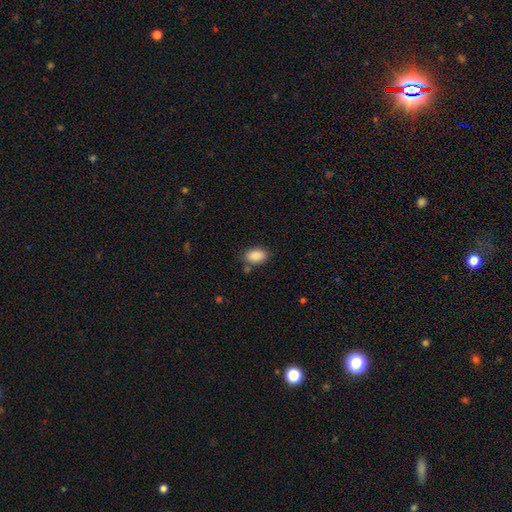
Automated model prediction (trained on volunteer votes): smooth 89%, star or artifact 7%, featured or disk 4%. Down the decision tree: how rounded — in between (88%); merging — none (79%).